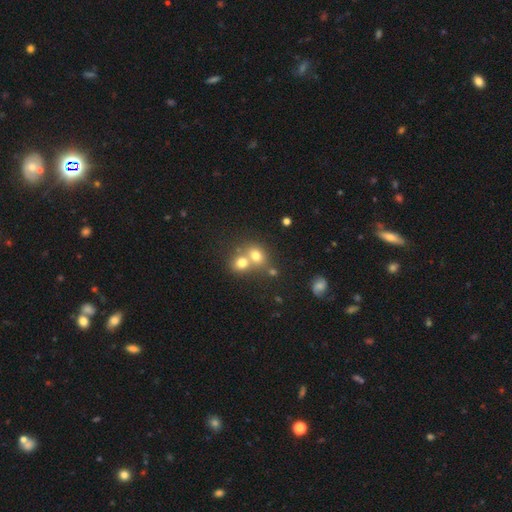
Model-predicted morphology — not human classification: Overall: smooth (72%). How rounded: round (66%; in between 32%). Merging: merger (57%; none 34%).